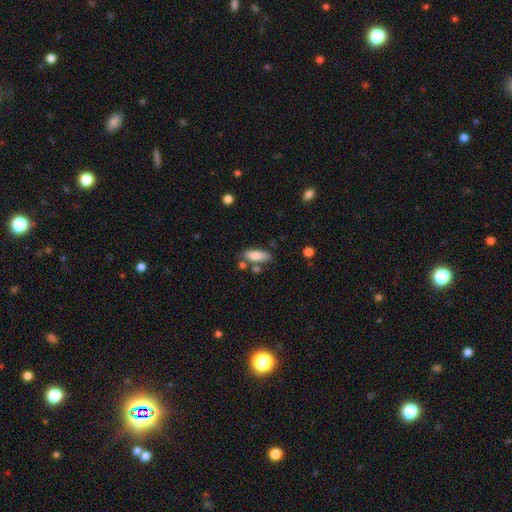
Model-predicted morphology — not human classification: smooth_or_featured: smooth (p=0.83) [alt: featured or disk p=0.10]
how_rounded: in between (p=0.73) [alt: cigar-shaped p=0.25]
merging: none (p=0.67) [alt: minor disturbance p=0.16]